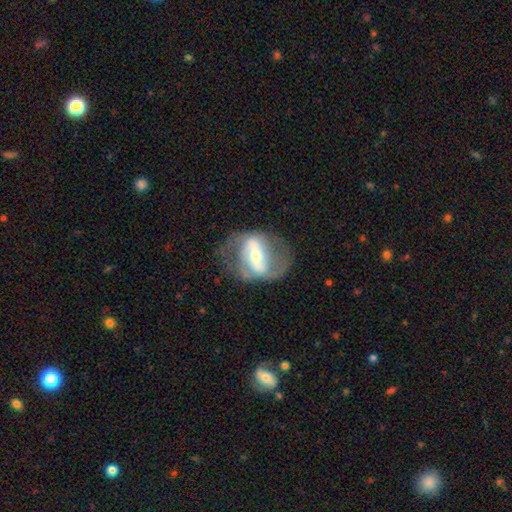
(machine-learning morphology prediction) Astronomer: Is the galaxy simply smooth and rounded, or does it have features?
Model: featured or disk — 80%.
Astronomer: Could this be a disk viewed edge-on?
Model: no — 94%.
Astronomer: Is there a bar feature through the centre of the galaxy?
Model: strong — 58%.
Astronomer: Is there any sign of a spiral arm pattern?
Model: yes — 78%.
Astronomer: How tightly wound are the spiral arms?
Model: medium — 45% (runner-up: loose, 36%).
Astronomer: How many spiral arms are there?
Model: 2 — 83%.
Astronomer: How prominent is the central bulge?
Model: small — 46% (runner-up: moderate, 44%).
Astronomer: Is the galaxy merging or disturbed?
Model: none — 61%.